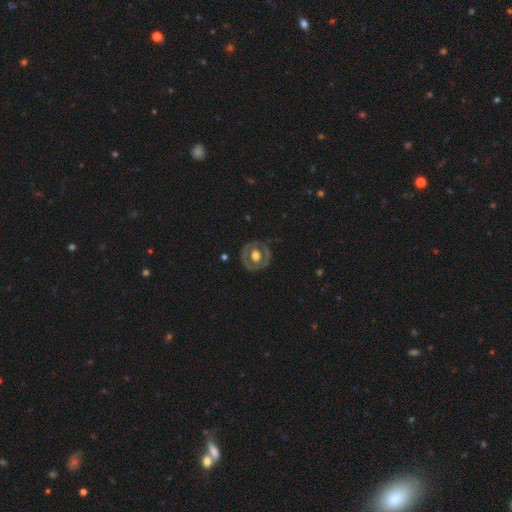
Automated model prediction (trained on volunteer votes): Q: Smooth or featured?
A: featured or disk (61%); runner-up: smooth (33%)
Q: Edge-on disk?
A: no (95%); runner-up: yes (5%)
Q: Bar?
A: no (76%); runner-up: weak (18%)
Q: Spiral arms?
A: no (78%); runner-up: yes (22%)
Q: Bulge size?
A: moderate (50%); runner-up: large (41%)
Q: Merging?
A: none (77%); runner-up: minor disturbance (15%)